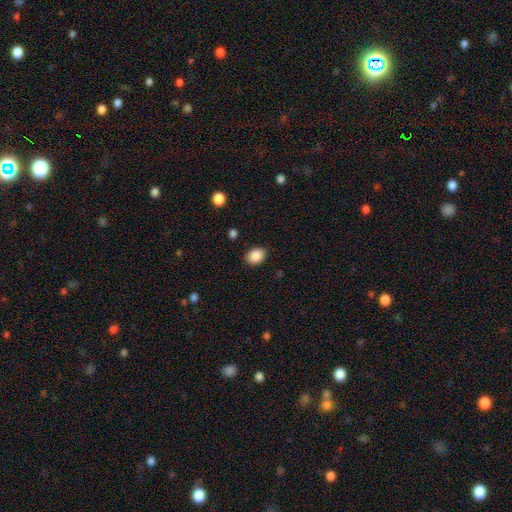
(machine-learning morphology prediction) Overall: smooth (88%). How rounded: in between (63%; round 36%). Merging: none (87%).